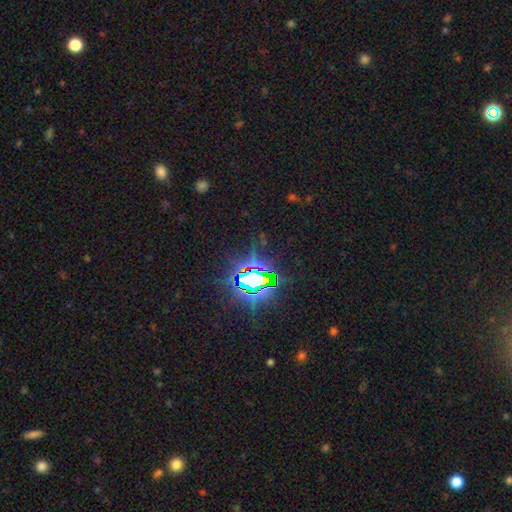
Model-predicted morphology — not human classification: This appears to be a star or artifact, not a galaxy (82%).